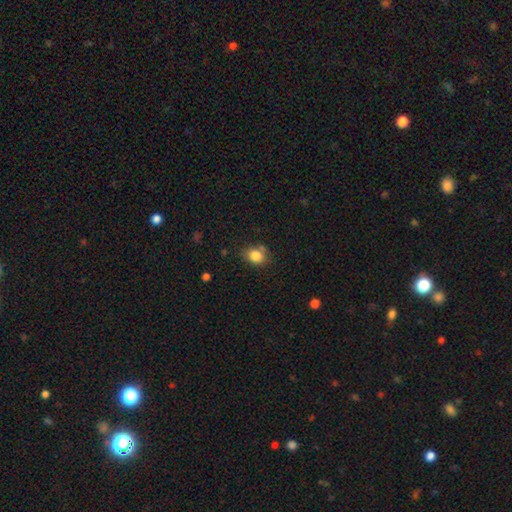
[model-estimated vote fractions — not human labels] The model was most divided on "how rounded": round: 51%, in between: 48%, cigar-shaped: 1%. More confident: smooth or featured — smooth (83%); merging — none (73%).